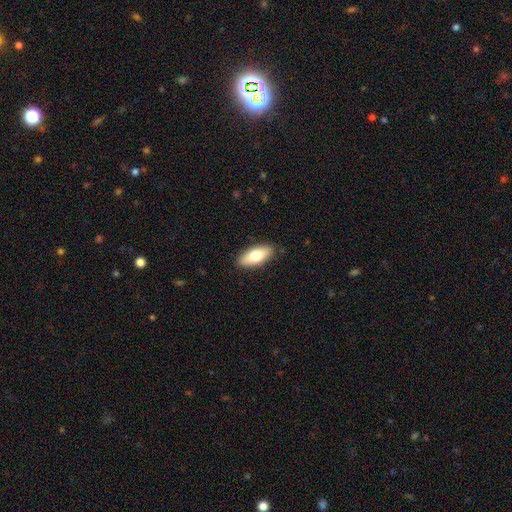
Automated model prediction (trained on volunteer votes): Smooth or featured: smooth — 74% (featured or disk — 20%)
How rounded: in between — 82% (cigar-shaped — 15%)
Merging: none — 88% (minor disturbance — 9%)